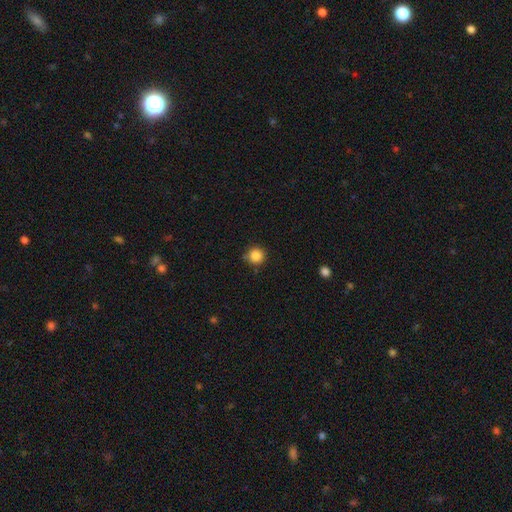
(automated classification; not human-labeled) The model was most divided on "merging": none: 83%, minor disturbance: 11%, merger: 3%, major disturbance: 2%. More confident: how rounded — round (94%); smooth or featured — smooth (86%).